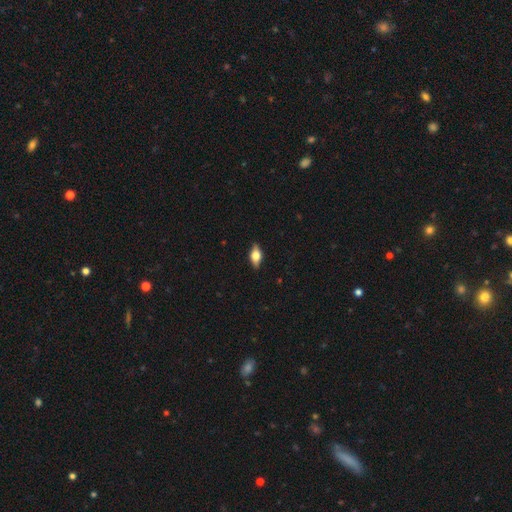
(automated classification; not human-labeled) Morphology: type=smooth (52%); roundness=in between (79%); merging=none (86%).